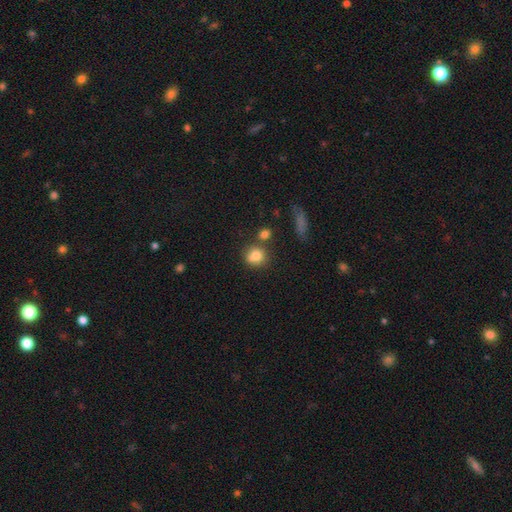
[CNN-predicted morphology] Smooth or featured? smooth (80%)
How rounded? round (78%)
Merging? none (58%)